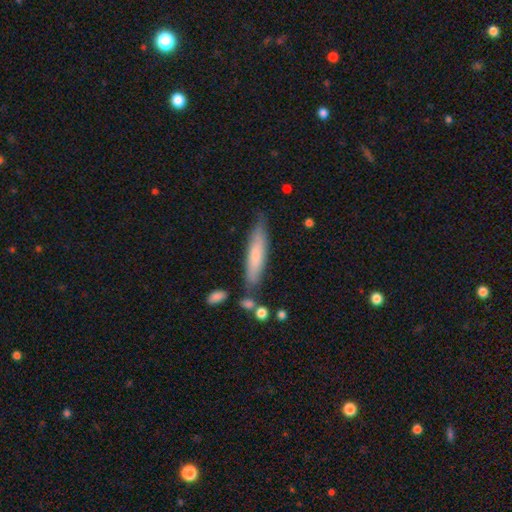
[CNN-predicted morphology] This is likely a smooth galaxy (67%). How rounded: clearly cigar-shaped (83%). Merging: likely none (72%).